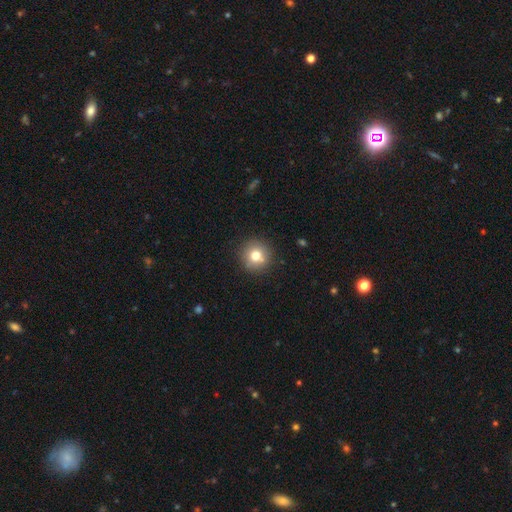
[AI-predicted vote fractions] Q: Smooth or featured?
A: smooth (75%); runner-up: featured or disk (12%)
Q: How rounded?
A: round (94%); runner-up: in between (5%)
Q: Merging?
A: none (86%); runner-up: minor disturbance (8%)